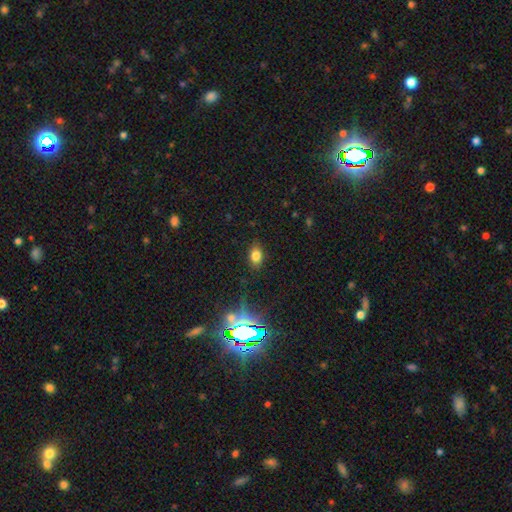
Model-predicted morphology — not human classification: smooth_or_featured: smooth (p=0.76) [alt: star or artifact p=0.16]
how_rounded: in between (p=0.79) [alt: round p=0.19]
merging: none (p=0.84) [alt: minor disturbance p=0.11]